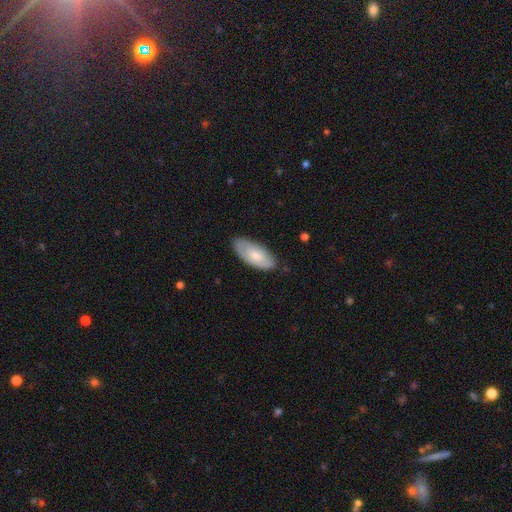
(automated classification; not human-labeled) smooth 68%, featured or disk 27%, star or artifact 5%. Down the decision tree: how rounded — in between (90%); merging — none (78%).